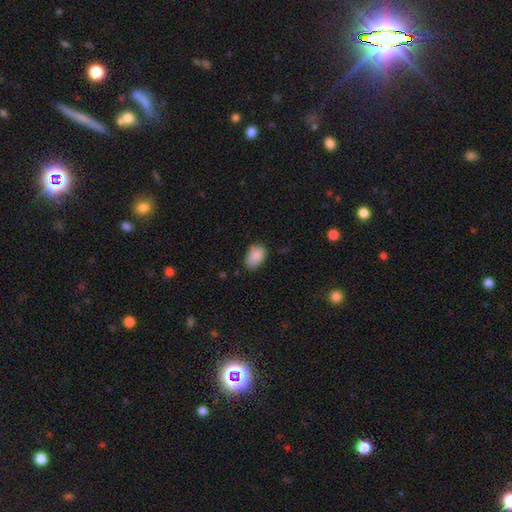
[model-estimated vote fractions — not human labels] A smooth galaxy with no disk features (87%) that is in between round and cigar-shaped (87%).

Vote fractions:
- Smooth or featured? smooth: 87% / star or artifact: 8% / featured or disk: 5%
- How rounded? in between: 87% / round: 12% / cigar-shaped: 1%
- Merging? none: 66% / minor disturbance: 27% / major disturbance: 5% / merger: 2%